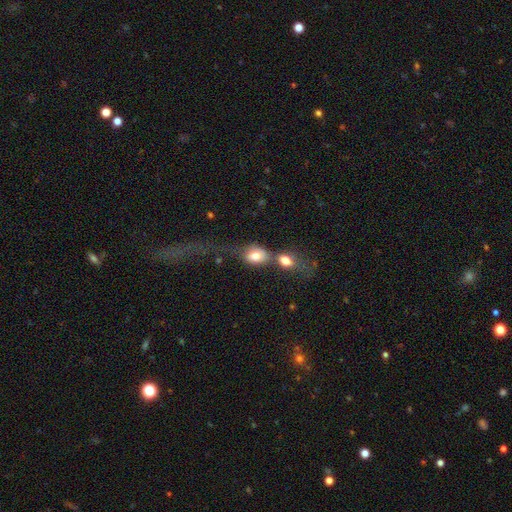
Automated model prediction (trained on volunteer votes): Smooth or featured? Predicted: smooth (p=0.73). How rounded? Predicted: in between (p=0.62). Merging? Predicted: merger (p=0.54).